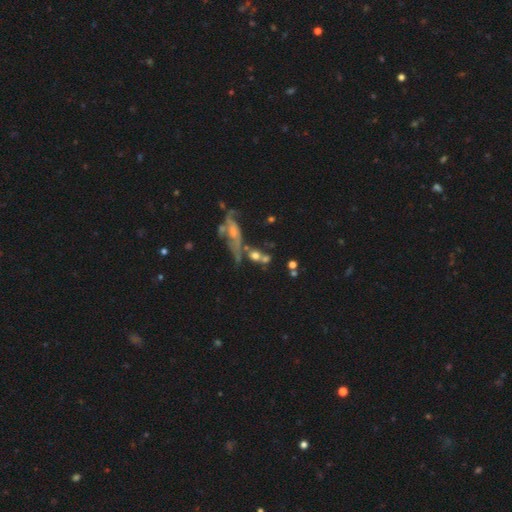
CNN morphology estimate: type=smooth (55%); roundness=round (57%); merging=none (39%).